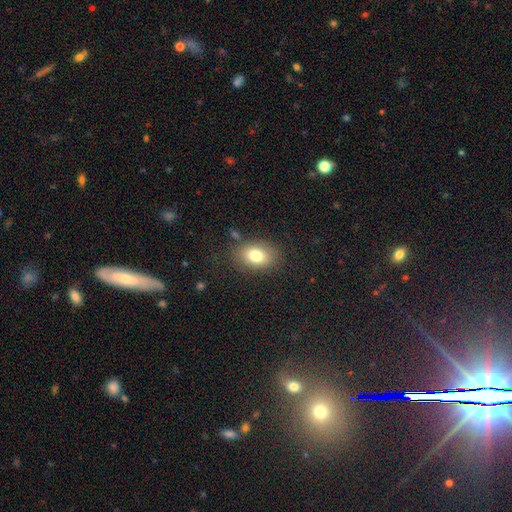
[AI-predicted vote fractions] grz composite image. It shows a smooth galaxy with no disk features (79%) that is in between round and cigar-shaped (76%). Merging: none (81%).